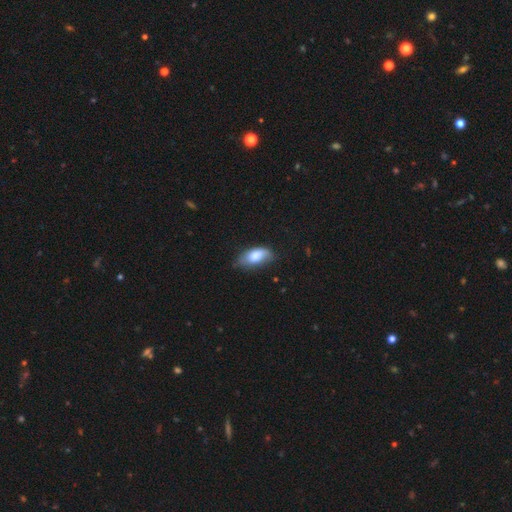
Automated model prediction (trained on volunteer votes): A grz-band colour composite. It shows a smooth galaxy with no disk features (76%) that is in between round and cigar-shaped (91%). Merging: none (53%).